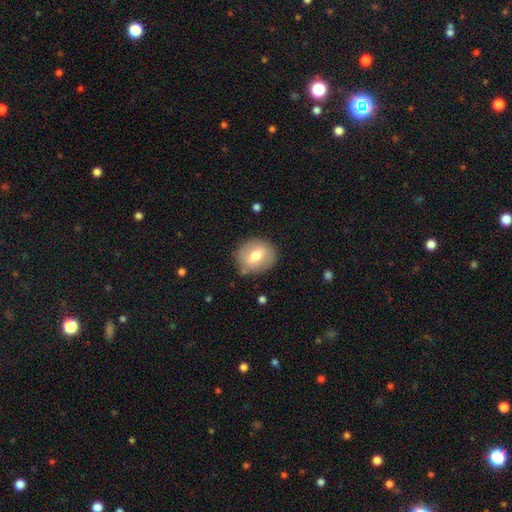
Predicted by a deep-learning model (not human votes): Overall: smooth (62%; featured or disk 31%). How rounded: round (66%; in between 33%). Merging: none (80%).